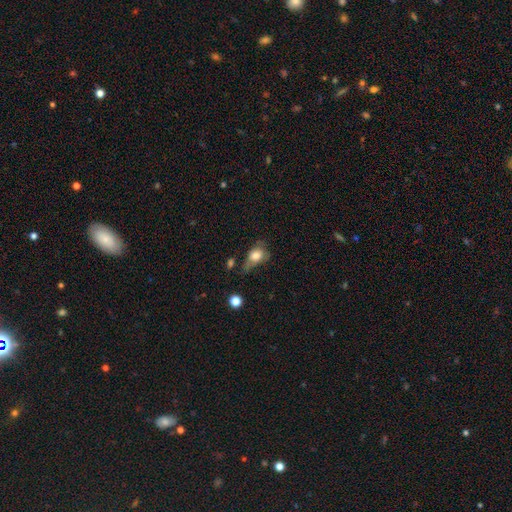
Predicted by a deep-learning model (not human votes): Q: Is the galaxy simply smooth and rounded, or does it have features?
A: smooth — 71%.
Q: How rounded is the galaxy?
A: in between — 61%.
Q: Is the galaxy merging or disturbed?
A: minor disturbance — 32%.